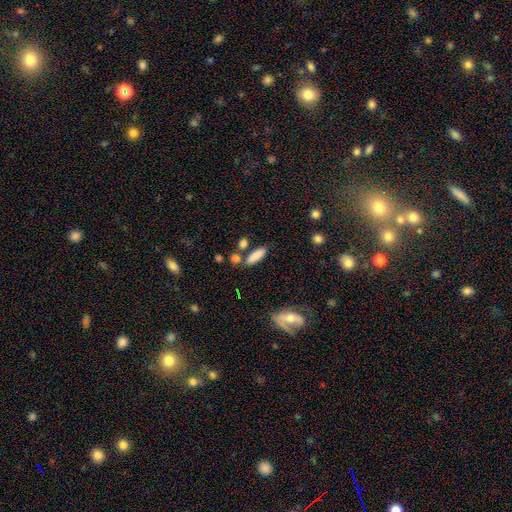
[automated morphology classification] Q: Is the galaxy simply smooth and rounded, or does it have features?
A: smooth — 83%.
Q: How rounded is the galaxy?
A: in between — 53%.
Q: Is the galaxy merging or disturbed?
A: none — 69%.